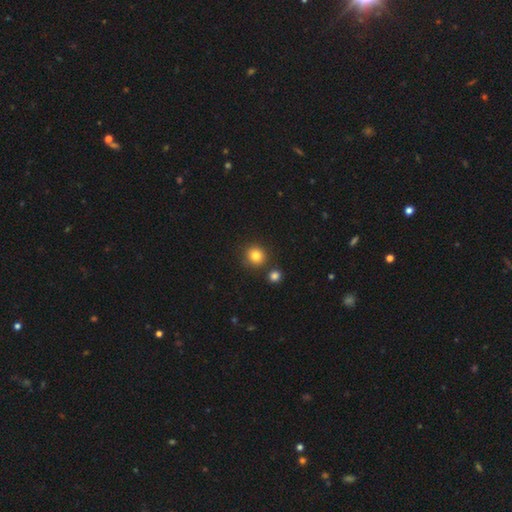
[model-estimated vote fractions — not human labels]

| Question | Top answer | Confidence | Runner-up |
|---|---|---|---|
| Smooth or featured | smooth | 82% | star or artifact (12%) |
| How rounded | round | 89% | in between (10%) |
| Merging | none | 82% | merger (8%) |